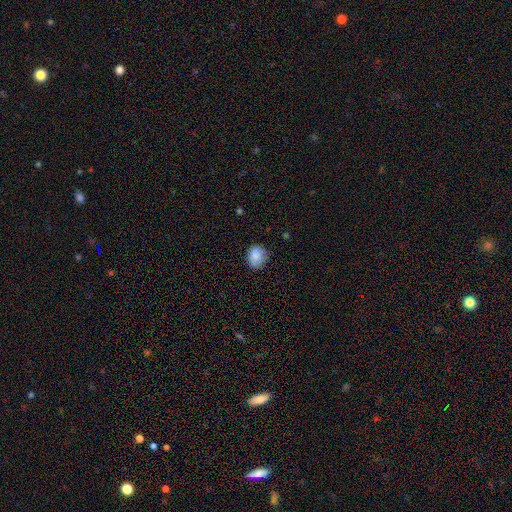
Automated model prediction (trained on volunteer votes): smooth-or-featured: smooth: 85% | star or artifact: 8% | featured or disk: 7%
  how-rounded: round: 67% | in between: 32% | cigar-shaped: 1%
  merging: none: 74% | minor disturbance: 21% | major disturbance: 4% | merger: 1%